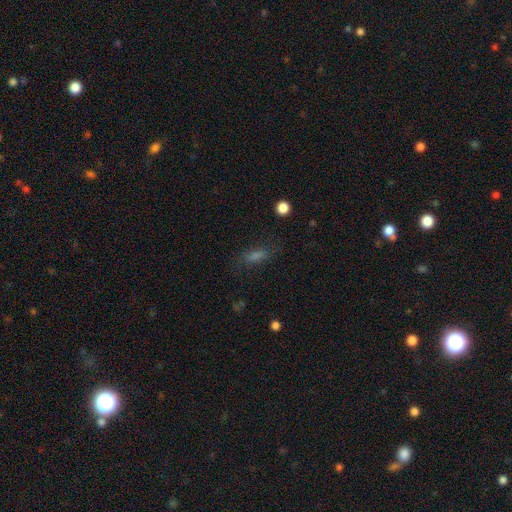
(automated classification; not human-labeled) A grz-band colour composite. It shows a smooth galaxy with no disk features (59%) that is in between round and cigar-shaped (51%). Merging: none (74%).